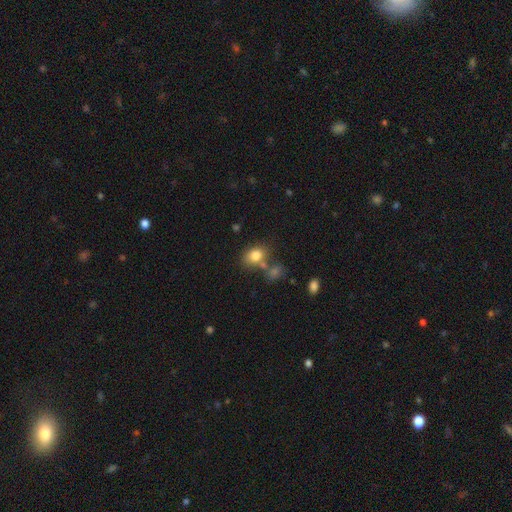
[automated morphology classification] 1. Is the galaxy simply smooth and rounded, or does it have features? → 80% smooth, 10% star or artifact, 10% featured or disk.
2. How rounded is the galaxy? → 62% in between, 37% round, 1% cigar-shaped.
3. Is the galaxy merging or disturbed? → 57% none, 22% merger, 16% minor disturbance, 6% major disturbance.